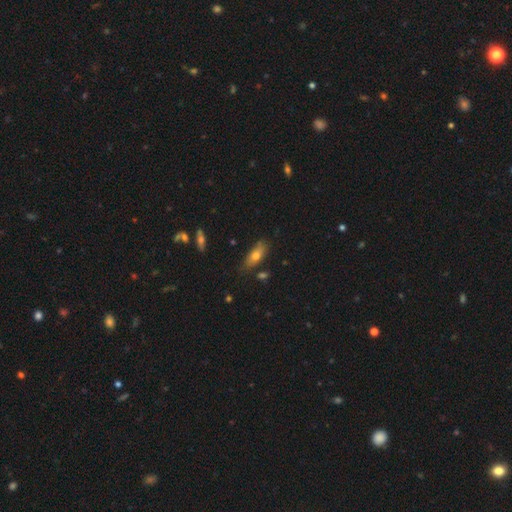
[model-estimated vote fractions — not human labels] Morphology: type=smooth (67%); roundness=in between (71%); merging=none (73%).